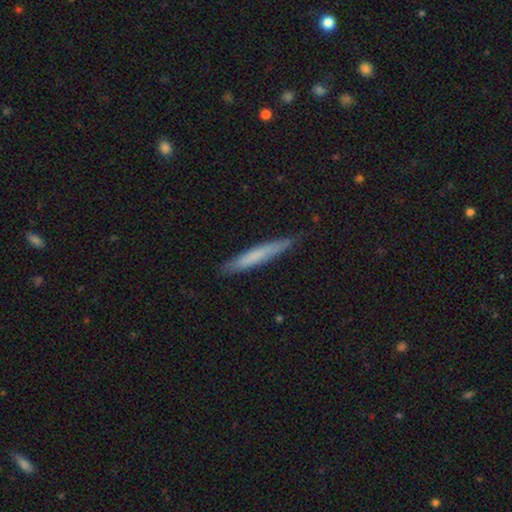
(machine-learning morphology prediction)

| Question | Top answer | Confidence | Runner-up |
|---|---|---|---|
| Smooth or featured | smooth | 68% | featured or disk (26%) |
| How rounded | cigar-shaped | 95% | in between (4%) |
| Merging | none | 85% | minor disturbance (12%) |